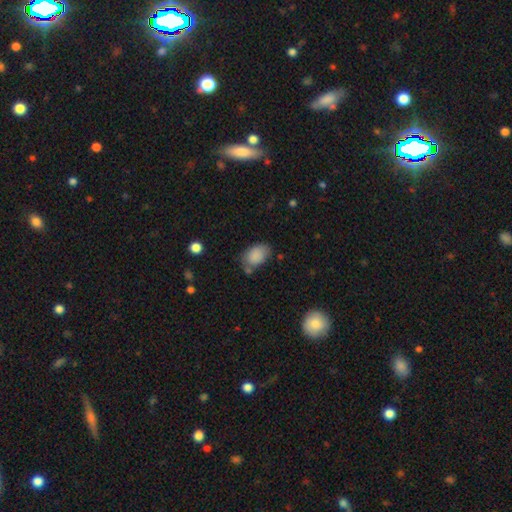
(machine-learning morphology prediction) Overall: smooth (86%). How rounded: in between (87%). Merging: none (59%; minor disturbance 25%).